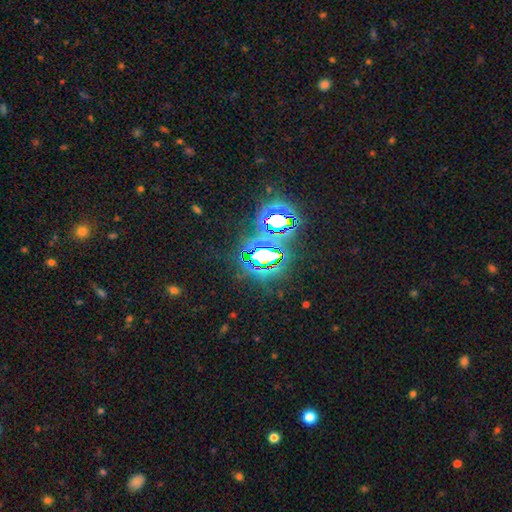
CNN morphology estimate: Smooth or featured? Predicted: star or artifact (p=0.79).